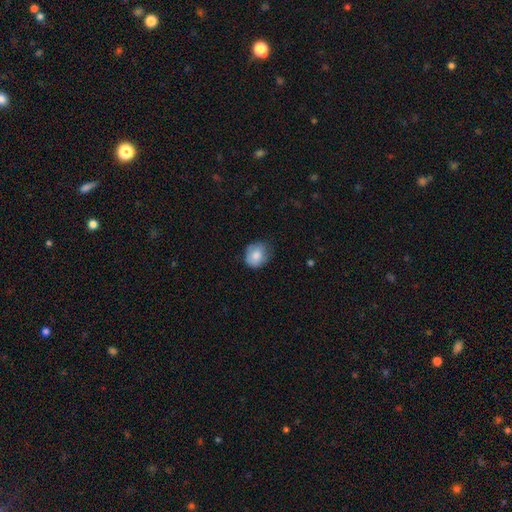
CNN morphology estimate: smooth 78%, featured or disk 14%, star or artifact 8%. Down the decision tree: how rounded — round (67%); merging — none (61%).